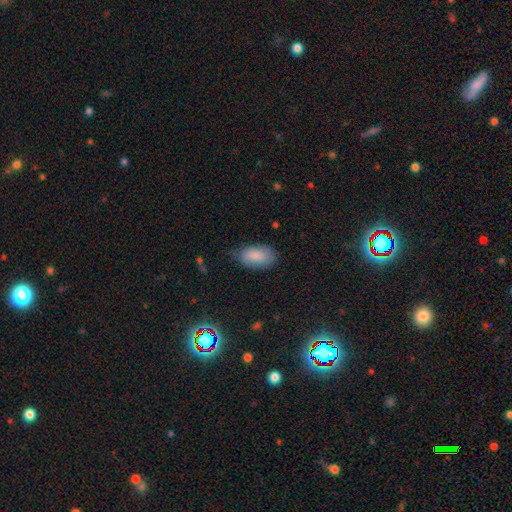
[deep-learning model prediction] smooth_or_featured: smooth (p=0.86) [alt: featured or disk p=0.07]
how_rounded: in between (p=0.94) [alt: round p=0.04]
merging: none (p=0.72) [alt: minor disturbance p=0.22]